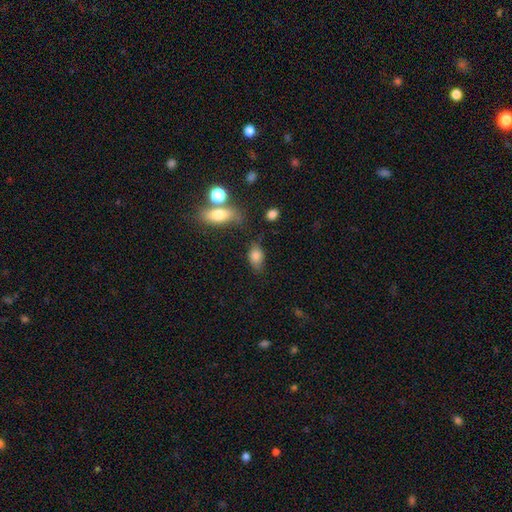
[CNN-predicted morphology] smooth-or-featured: smooth: 81% | featured or disk: 9% | star or artifact: 9%
  how-rounded: in between: 82% | round: 15% | cigar-shaped: 3%
  merging: none: 58% | minor disturbance: 26% | major disturbance: 9% | merger: 7%